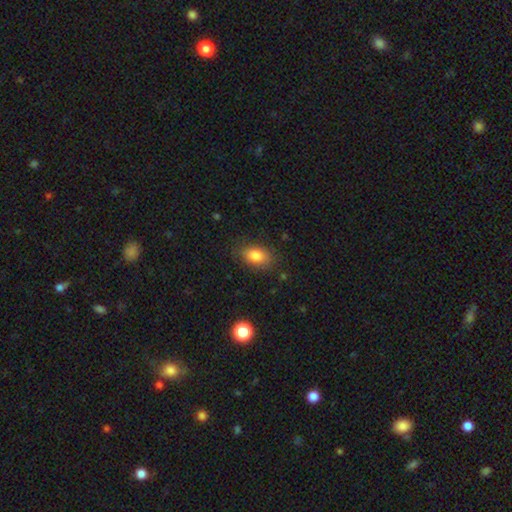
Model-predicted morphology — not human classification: A smooth galaxy with no disk features (84%) that is in between round and cigar-shaped (86%).

Vote fractions:
- Smooth or featured? smooth: 84% / star or artifact: 9% / featured or disk: 7%
- How rounded? in between: 86% / round: 12% / cigar-shaped: 2%
- Merging? none: 82% / minor disturbance: 13% / major disturbance: 4% / merger: 1%